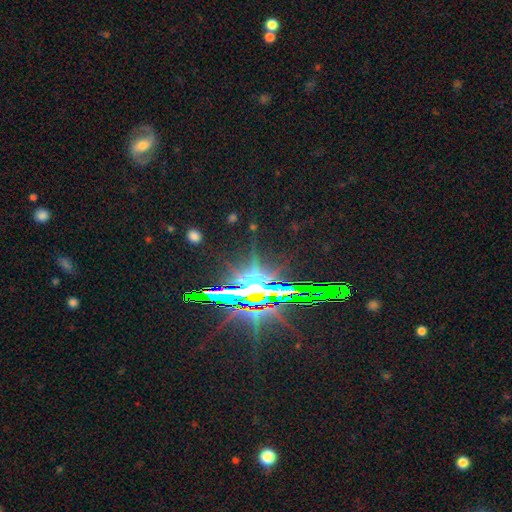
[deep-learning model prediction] Smooth or featured: star or artifact — 79% (featured or disk — 13%)